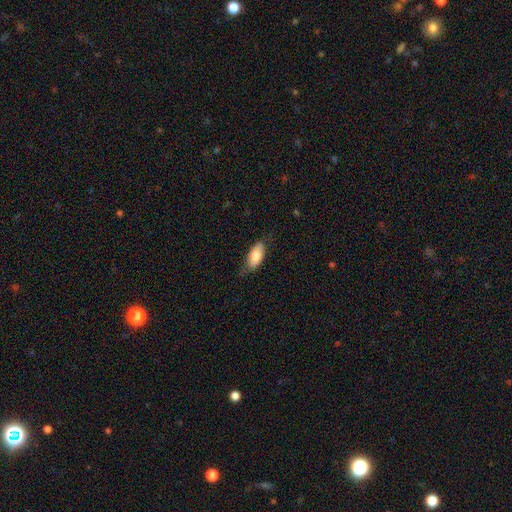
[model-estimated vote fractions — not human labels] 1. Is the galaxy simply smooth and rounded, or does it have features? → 80% smooth, 14% featured or disk, 6% star or artifact.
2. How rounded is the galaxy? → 85% in between, 12% cigar-shaped, 2% round.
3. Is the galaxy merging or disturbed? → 68% none, 25% minor disturbance, 5% major disturbance, 1% merger.